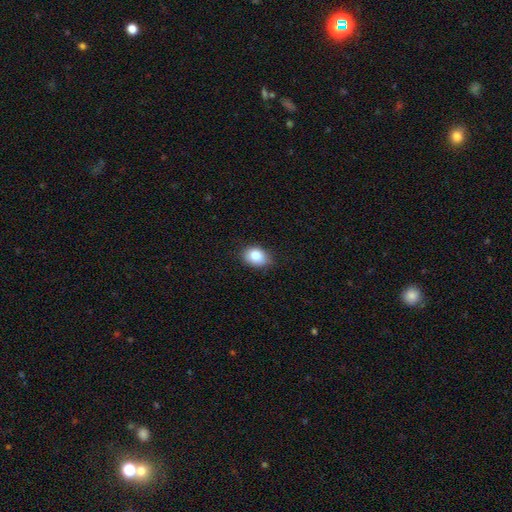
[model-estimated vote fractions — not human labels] Smooth or featured? smooth (84%)
How rounded? in between (68%)
Merging? none (79%)